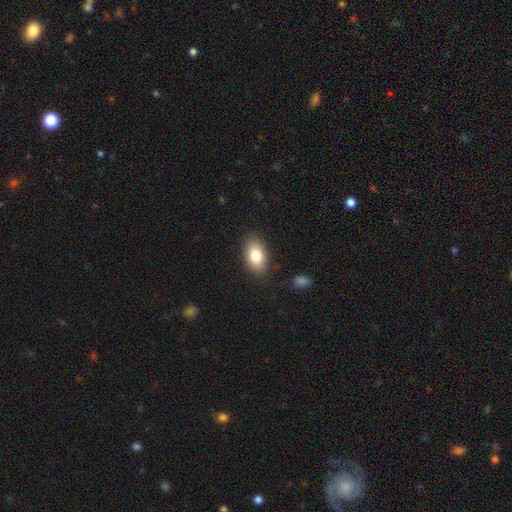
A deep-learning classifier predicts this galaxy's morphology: smooth_or_featured: smooth (p=0.82) [alt: featured or disk p=0.11]
how_rounded: in between (p=0.91) [alt: round p=0.07]
merging: none (p=0.85) [alt: minor disturbance p=0.10]